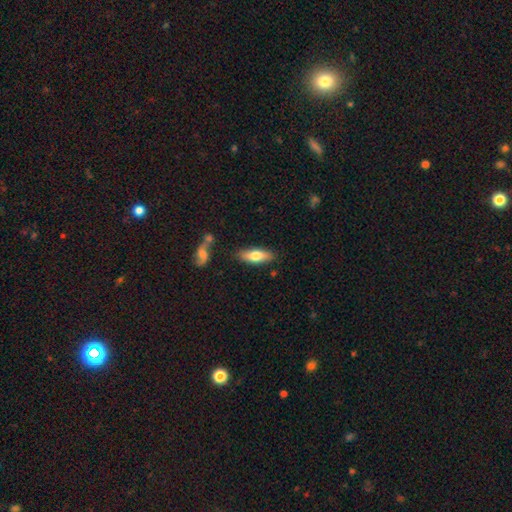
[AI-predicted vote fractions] Q: Smooth or featured?
A: smooth (68%); runner-up: featured or disk (26%)
Q: How rounded?
A: in between (64%); runner-up: cigar-shaped (33%)
Q: Merging?
A: none (82%); runner-up: minor disturbance (12%)